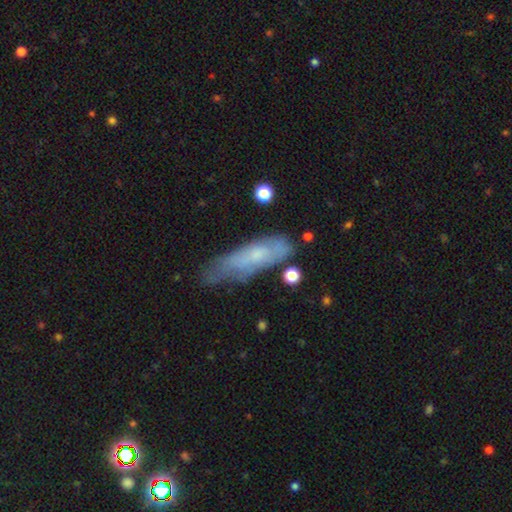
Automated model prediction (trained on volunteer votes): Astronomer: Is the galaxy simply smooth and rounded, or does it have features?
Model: smooth — 52% (runner-up: featured or disk, 40%).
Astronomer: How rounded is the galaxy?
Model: cigar-shaped — 57% (runner-up: in between, 41%).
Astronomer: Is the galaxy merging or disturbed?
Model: none — 52% (runner-up: minor disturbance, 32%).